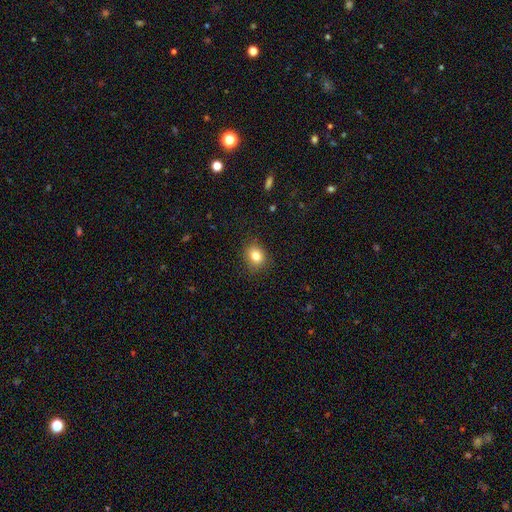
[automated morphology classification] Overall: smooth (83%). How rounded: round (61%; in between 38%). Merging: none (87%).